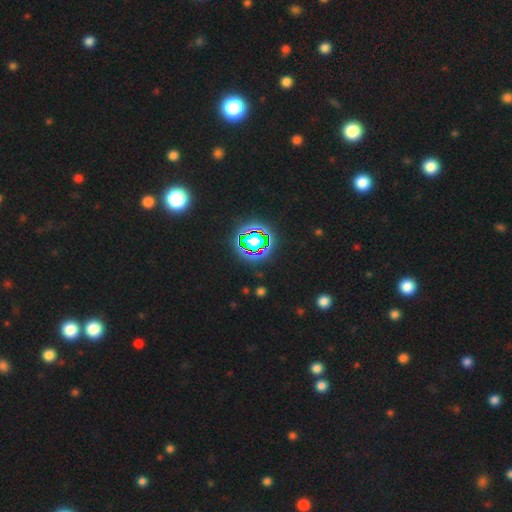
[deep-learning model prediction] Smooth or featured? star or artifact (77%)